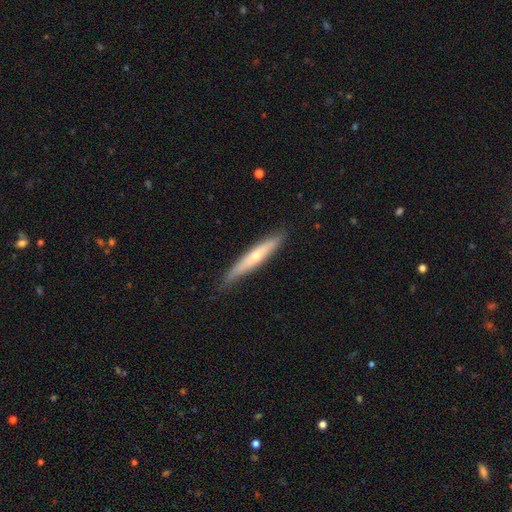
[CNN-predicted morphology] A featured or disk galaxy (53%) viewed edge-on (91%).

Vote fractions:
- Smooth or featured? featured or disk: 53% / smooth: 40% / star or artifact: 7%
- Edge-on disk? yes: 91% / no: 9%
- Merging? none: 86% / minor disturbance: 11% / major disturbance: 2% / merger: 1%